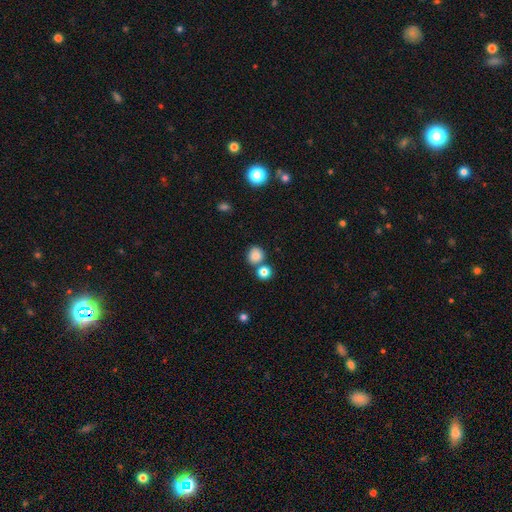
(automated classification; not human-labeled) Morphology: type=smooth (83%); roundness=round (82%); merging=none (63%).